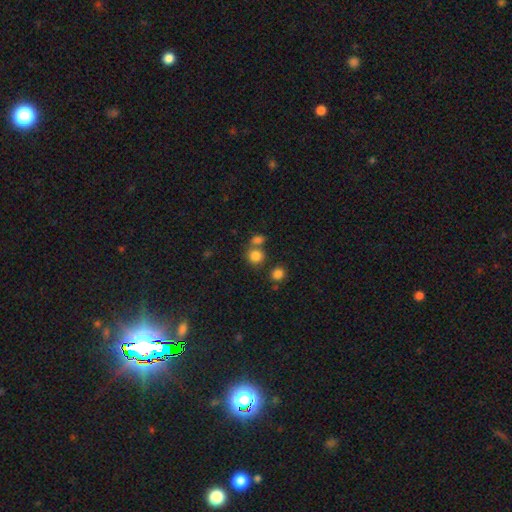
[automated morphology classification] Smooth or featured? Predicted: smooth (p=0.81). How rounded? Predicted: round (p=0.84). Merging? Predicted: none (p=0.59).